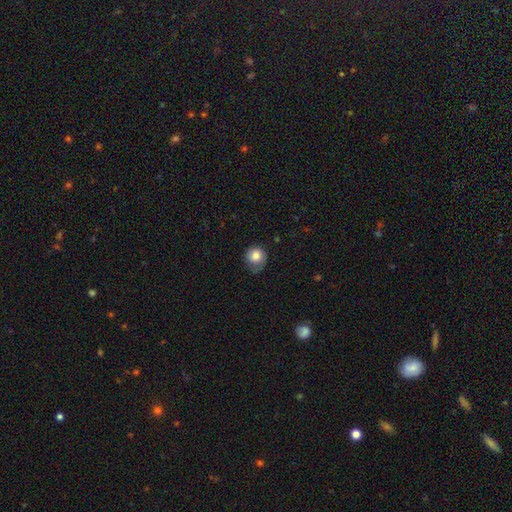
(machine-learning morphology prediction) The model was most divided on "merging": none: 56%, minor disturbance: 32%, major disturbance: 10%, merger: 1%. More confident: how rounded — round (84%); smooth or featured — smooth (82%).